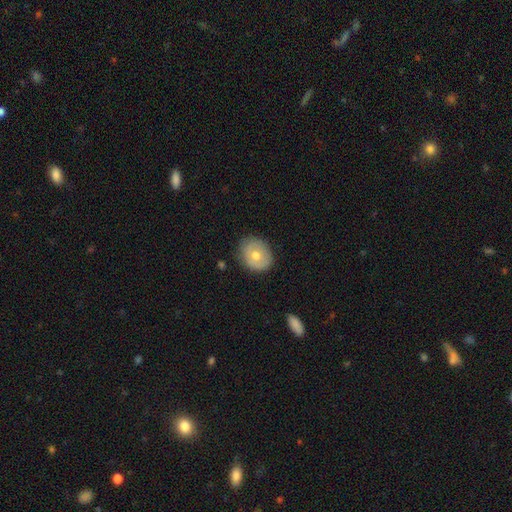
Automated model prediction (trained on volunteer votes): Smooth or featured? Predicted: smooth (p=0.60). How rounded? Predicted: round (p=0.61). Merging? Predicted: none (p=0.83).